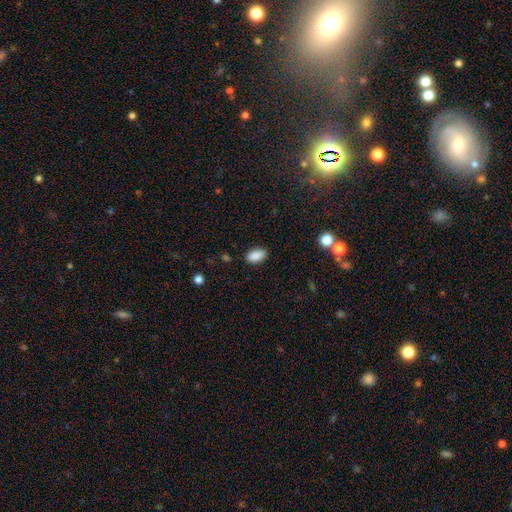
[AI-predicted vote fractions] Smooth or featured? smooth (88%)
How rounded? in between (92%)
Merging? none (87%)